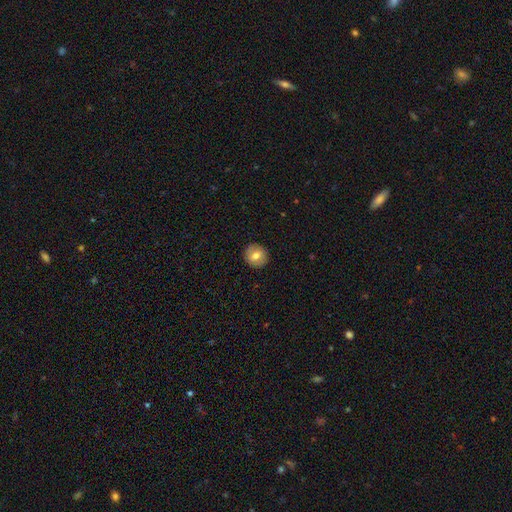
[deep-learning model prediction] Morphology: type=smooth (72%); roundness=round (91%); merging=none (91%).